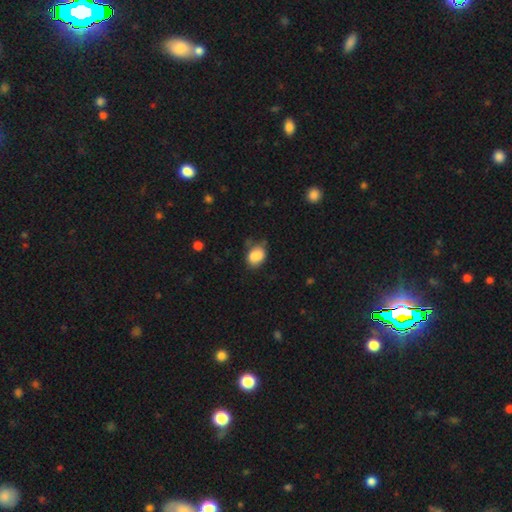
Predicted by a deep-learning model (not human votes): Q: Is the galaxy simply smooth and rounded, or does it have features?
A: smooth — 82%.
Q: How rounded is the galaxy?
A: in between — 68%.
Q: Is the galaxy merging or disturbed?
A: none — 56%.